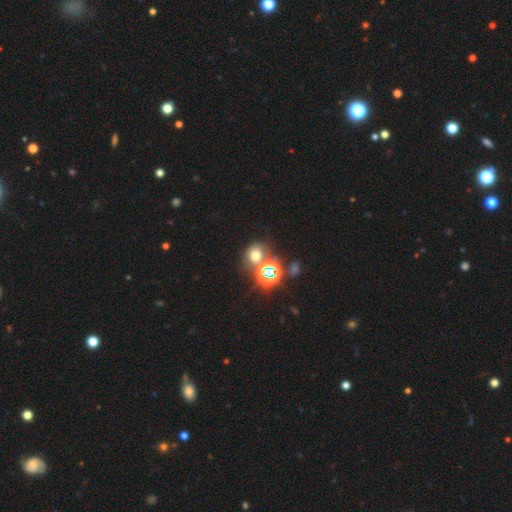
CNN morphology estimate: Q: Smooth or featured?
A: smooth (53%); runner-up: star or artifact (36%)
Q: How rounded?
A: round (71%); runner-up: in between (28%)
Q: Merging?
A: none (57%); runner-up: merger (26%)